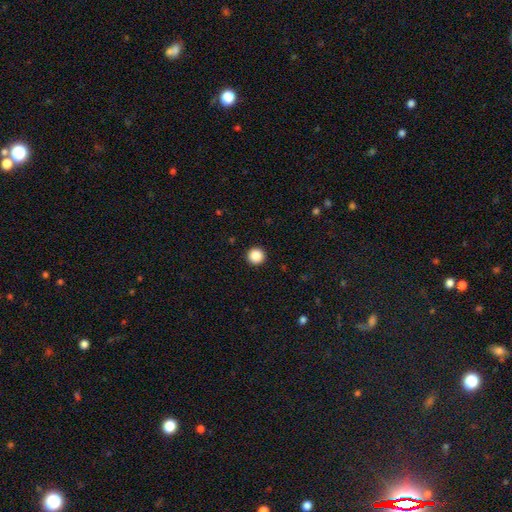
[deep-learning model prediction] Smooth or featured? Predicted: smooth (p=0.88). How rounded? Predicted: round (p=0.96). Merging? Predicted: none (p=0.94).